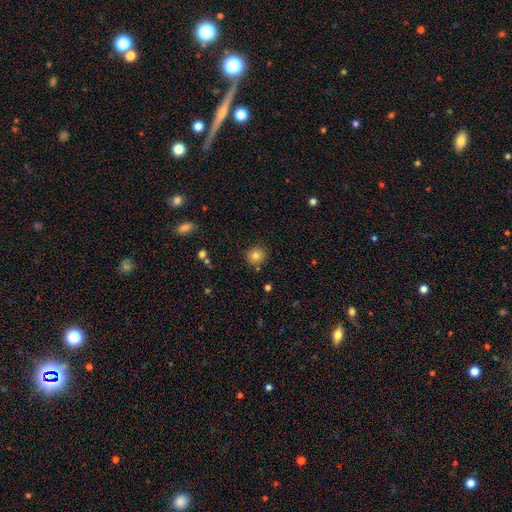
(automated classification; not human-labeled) A smooth galaxy with no disk features (79%) that is round (90%).

Vote fractions:
- Smooth or featured? smooth: 79% / star or artifact: 11% / featured or disk: 9%
- How rounded? round: 90% / in between: 9% / cigar-shaped: 1%
- Merging? none: 86% / minor disturbance: 9% / merger: 3% / major disturbance: 2%